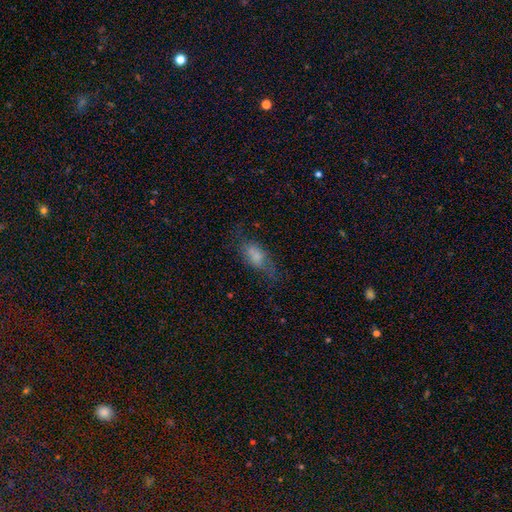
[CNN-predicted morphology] Smooth or featured?
  - smooth: 61% *
  - featured or disk: 29%
  - star or artifact: 11%
How rounded?
  - in between: 77% *
  - cigar-shaped: 17%
  - round: 6%
Merging?
  - none: 47% *
  - minor disturbance: 26%
  - major disturbance: 24%
  - merger: 3%